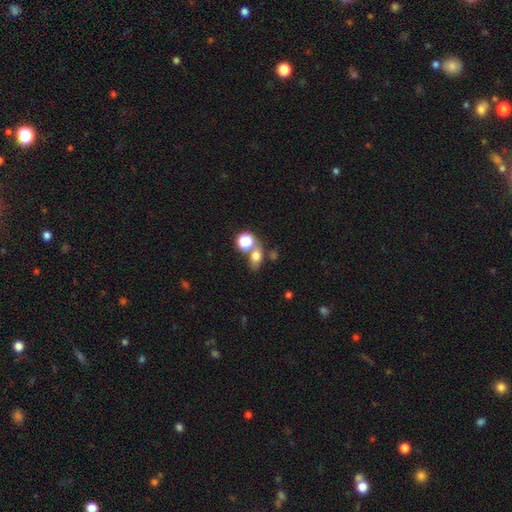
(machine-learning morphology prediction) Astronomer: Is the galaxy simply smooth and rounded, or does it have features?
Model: smooth — 70%.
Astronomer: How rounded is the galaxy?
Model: in between — 63%.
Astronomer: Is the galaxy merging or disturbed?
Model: none — 53% (runner-up: merger, 29%).